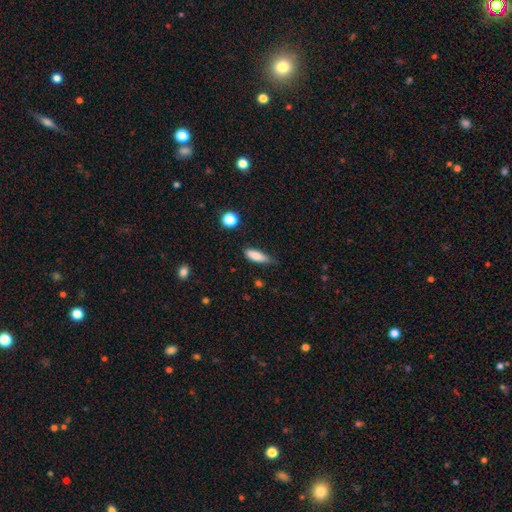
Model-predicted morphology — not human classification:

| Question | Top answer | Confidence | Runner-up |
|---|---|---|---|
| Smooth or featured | smooth | 81% | featured or disk (11%) |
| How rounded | in between | 57% | cigar-shaped (41%) |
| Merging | none | 58% | minor disturbance (33%) |